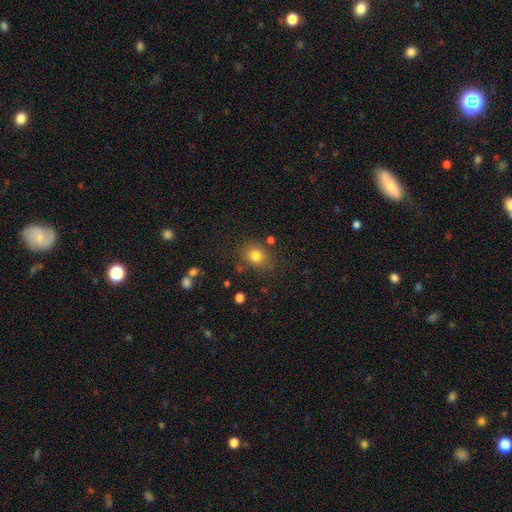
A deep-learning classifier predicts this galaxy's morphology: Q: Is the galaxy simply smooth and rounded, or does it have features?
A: smooth — 80%.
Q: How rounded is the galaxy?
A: round — 63%.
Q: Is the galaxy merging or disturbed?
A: none — 76%.